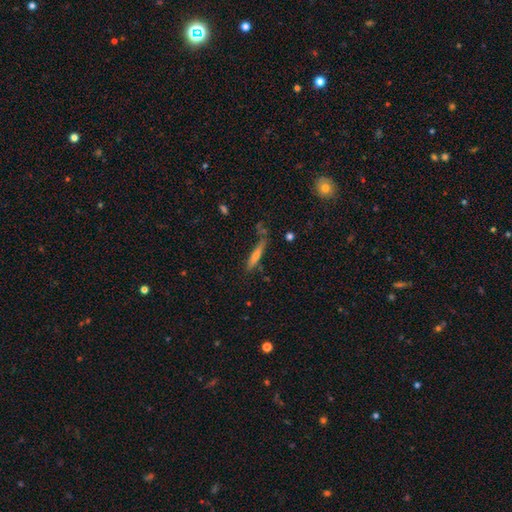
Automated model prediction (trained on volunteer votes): smooth 50%, featured or disk 39%, star or artifact 11%. Down the decision tree: merging — none (71%).